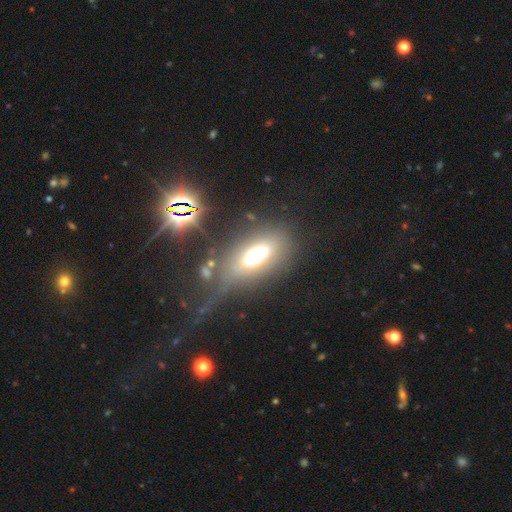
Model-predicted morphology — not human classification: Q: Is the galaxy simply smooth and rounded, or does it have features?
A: smooth — 53%.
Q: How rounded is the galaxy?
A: in between — 80%.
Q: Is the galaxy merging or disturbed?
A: none — 46%.